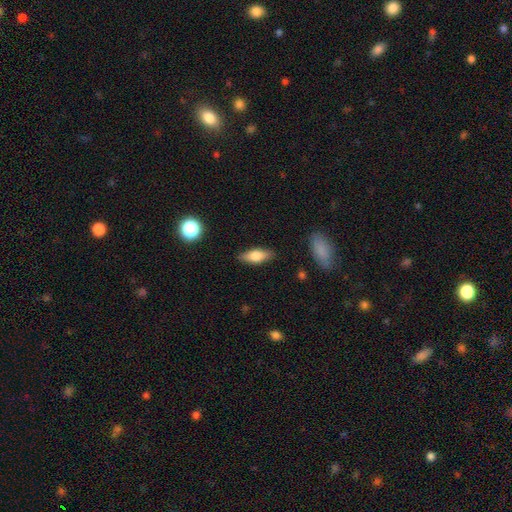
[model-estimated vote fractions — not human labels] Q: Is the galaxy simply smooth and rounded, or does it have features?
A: smooth — 67%.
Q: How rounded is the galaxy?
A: in between — 69%.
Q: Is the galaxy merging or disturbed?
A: none — 86%.